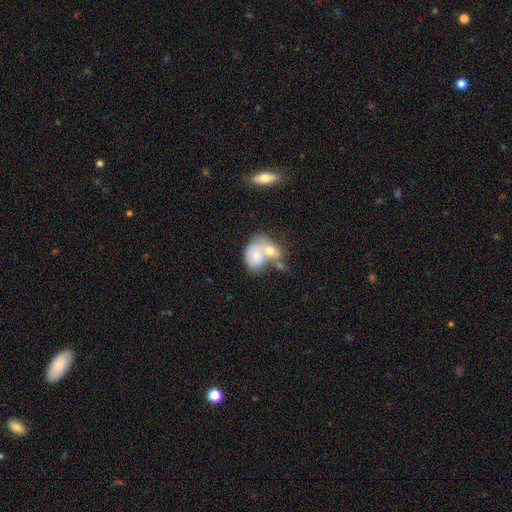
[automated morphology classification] Smooth or featured? smooth (65%)
How rounded? in between (68%)
Merging? merger (73%)